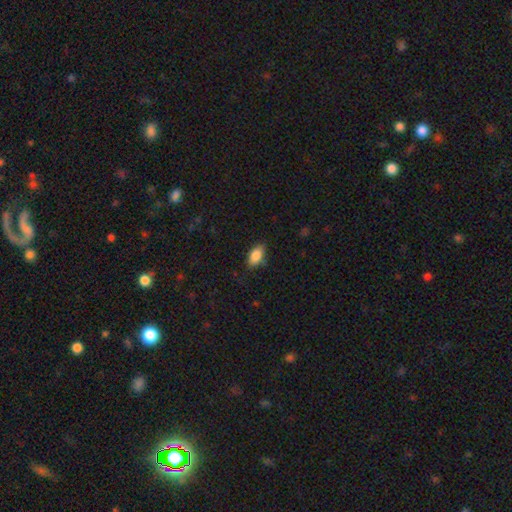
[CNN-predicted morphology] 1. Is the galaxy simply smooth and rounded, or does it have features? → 86% smooth, 7% star or artifact, 6% featured or disk.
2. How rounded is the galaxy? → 90% in between, 5% cigar-shaped, 5% round.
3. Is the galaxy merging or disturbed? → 76% none, 19% minor disturbance, 4% major disturbance, 1% merger.